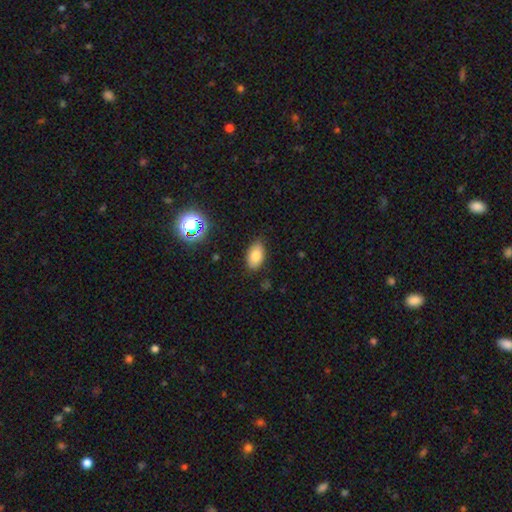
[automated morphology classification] Smooth or featured?
  - smooth: 79% *
  - star or artifact: 11%
  - featured or disk: 10%
How rounded?
  - in between: 91% *
  - round: 7%
  - cigar-shaped: 2%
Merging?
  - none: 84% *
  - minor disturbance: 12%
  - major disturbance: 3%
  - merger: 1%